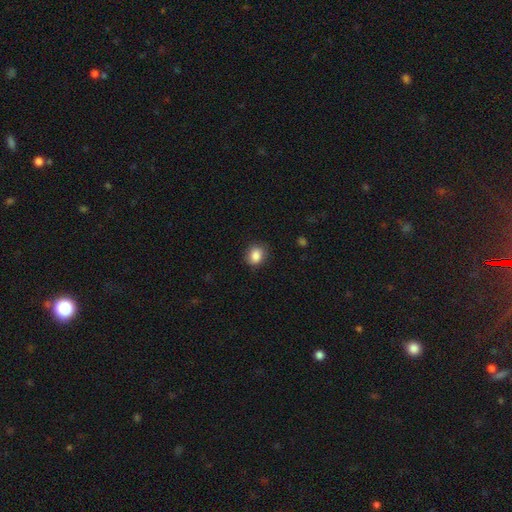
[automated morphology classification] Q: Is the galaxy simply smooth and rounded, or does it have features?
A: smooth — 87%.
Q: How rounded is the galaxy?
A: round — 61%.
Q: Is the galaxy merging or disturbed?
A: none — 82%.